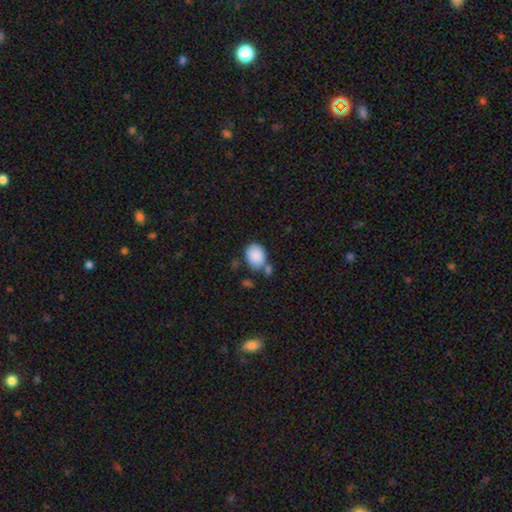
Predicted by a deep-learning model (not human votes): A smooth galaxy with no disk features (88%) that is in between round and cigar-shaped (66%).

Vote fractions:
- Smooth or featured? smooth: 88% / star or artifact: 7% / featured or disk: 5%
- How rounded? in between: 66% / round: 33% / cigar-shaped: 1%
- Merging? none: 59% / merger: 18% / minor disturbance: 17% / major disturbance: 5%